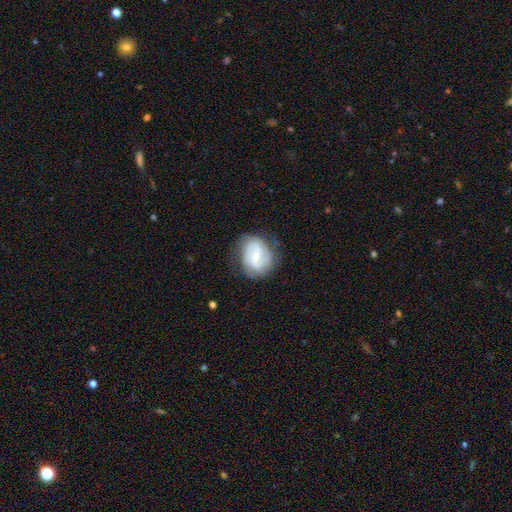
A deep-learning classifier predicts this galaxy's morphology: Q: Smooth or featured?
A: featured or disk (75%); runner-up: smooth (19%)
Q: Edge-on disk?
A: no (98%); runner-up: yes (2%)
Q: Bar?
A: weak (54%); runner-up: strong (26%)
Q: Spiral arms?
A: yes (90%); runner-up: no (10%)
Q: Spiral winding?
A: medium (44%); runner-up: tight (35%)
Q: Spiral arm count?
A: 2 (70%); runner-up: can't tell (16%)
Q: Bulge size?
A: small (62%); runner-up: moderate (30%)
Q: Merging?
A: none (71%); runner-up: minor disturbance (20%)